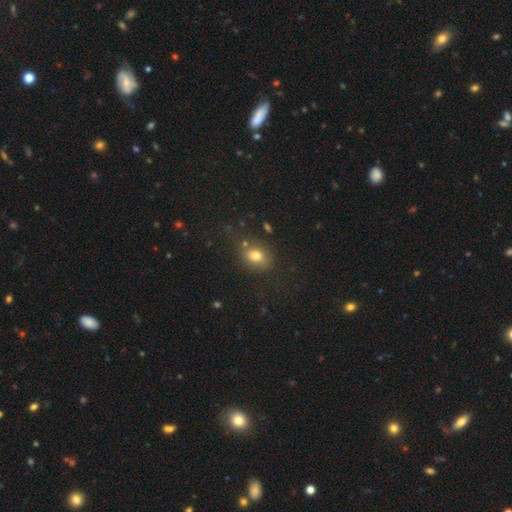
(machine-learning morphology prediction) type=smooth (78%); roundness=in between (54%); merging=none (73%).